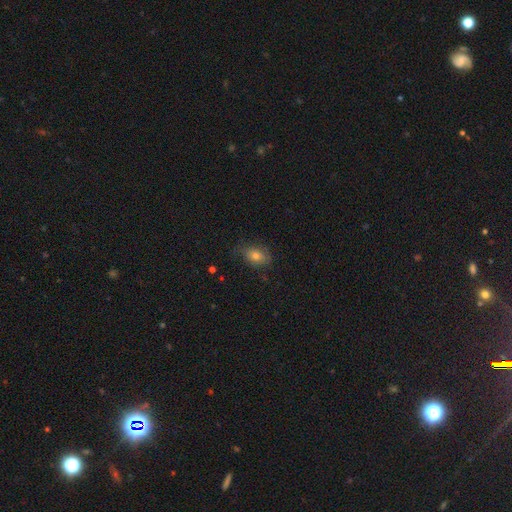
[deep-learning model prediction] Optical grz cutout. It shows a smooth galaxy with no disk features (71%) that is in between round and cigar-shaped (76%). Merging: none (67%).